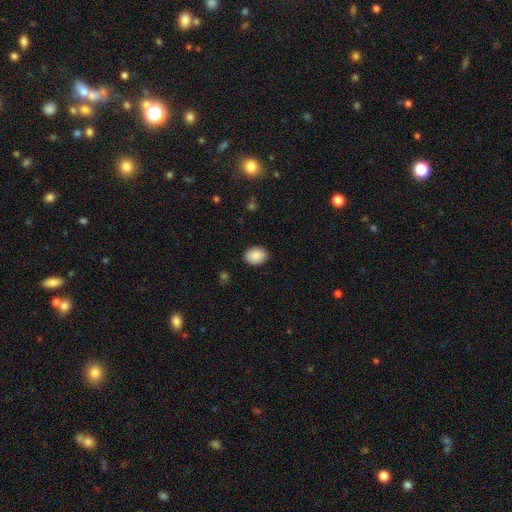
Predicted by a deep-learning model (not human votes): Overall: smooth (89%). How rounded: in between (67%; round 32%). Merging: none (89%).